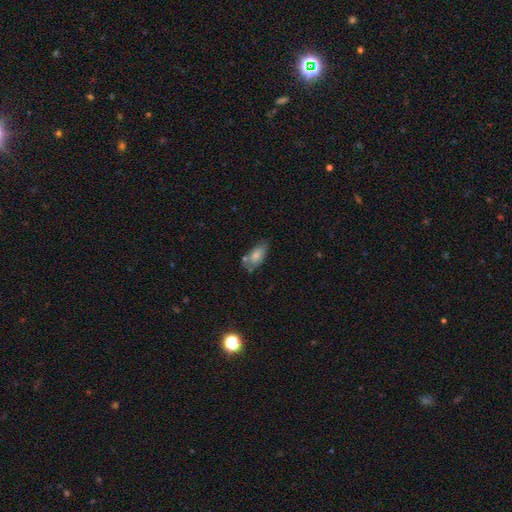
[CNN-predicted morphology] smooth 75%, featured or disk 17%, star or artifact 8%. Down the decision tree: how rounded — in between (87%); merging — none (52%).